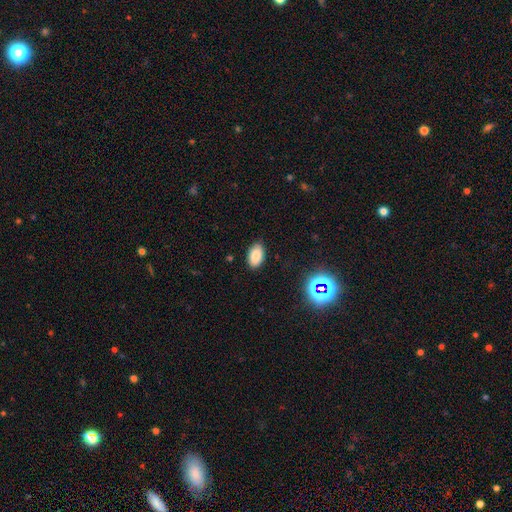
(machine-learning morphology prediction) Q: Smooth or featured?
A: smooth (83%); runner-up: star or artifact (11%)
Q: How rounded?
A: in between (92%); runner-up: round (6%)
Q: Merging?
A: none (85%); runner-up: minor disturbance (11%)